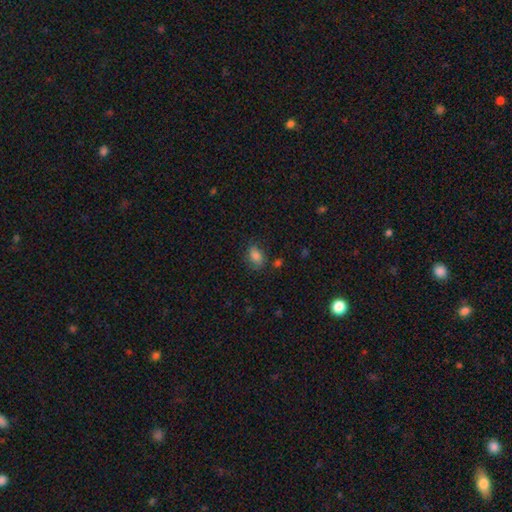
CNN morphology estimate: Smooth or featured? smooth (82%)
How rounded? in between (79%)
Merging? none (71%)